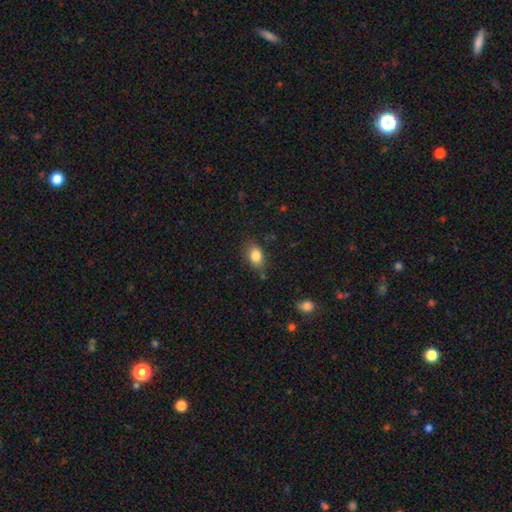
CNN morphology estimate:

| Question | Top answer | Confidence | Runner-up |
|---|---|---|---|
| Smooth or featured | smooth | 84% | star or artifact (9%) |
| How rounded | in between | 80% | round (18%) |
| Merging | none | 76% | minor disturbance (17%) |